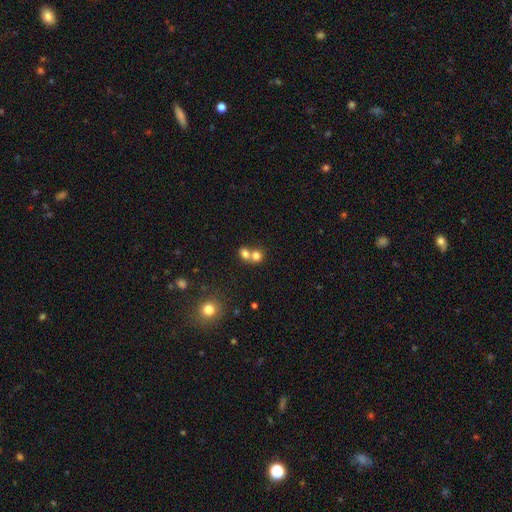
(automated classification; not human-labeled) This appears to be a smooth galaxy with no disk features (77%) that is round (73%). Merging: merger (61%).